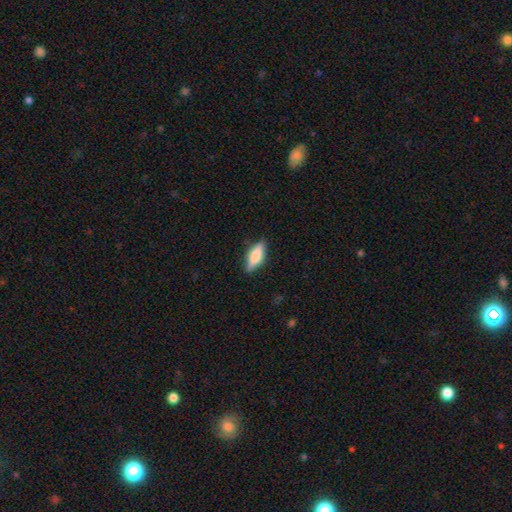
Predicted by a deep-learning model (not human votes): Smooth or featured: smooth — 67% (featured or disk — 27%)
How rounded: in between — 62% (cigar-shaped — 36%)
Merging: none — 84% (minor disturbance — 12%)